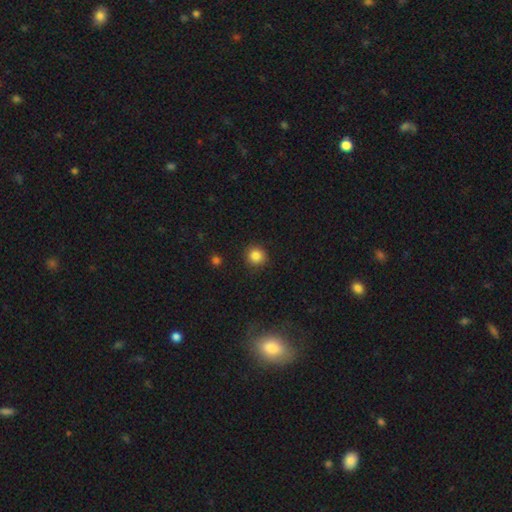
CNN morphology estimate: A smooth galaxy with no disk features (85%) that is round (93%).

Vote fractions:
- Smooth or featured? smooth: 85% / star or artifact: 11% / featured or disk: 4%
- How rounded? round: 93% / in between: 7% / cigar-shaped: 1%
- Merging? none: 88% / minor disturbance: 8% / major disturbance: 2% / merger: 1%